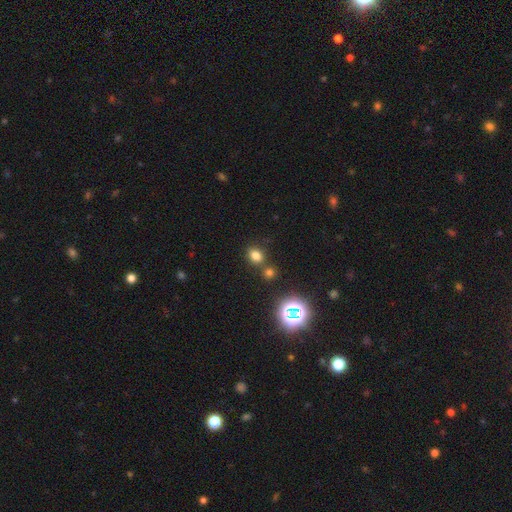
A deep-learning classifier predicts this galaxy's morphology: Q: Smooth or featured?
A: smooth (73%); runner-up: star or artifact (21%)
Q: How rounded?
A: in between (53%); runner-up: round (46%)
Q: Merging?
A: none (67%); runner-up: merger (19%)